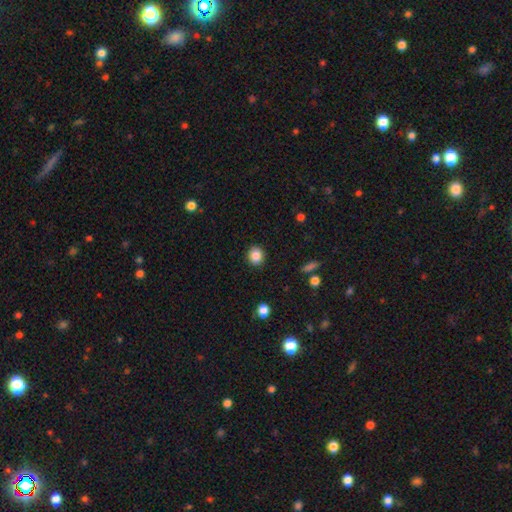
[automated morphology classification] The model was most divided on "how rounded": round: 83%, in between: 16%, cigar-shaped: 1%. More confident: merging — none (91%); smooth or featured — smooth (86%).